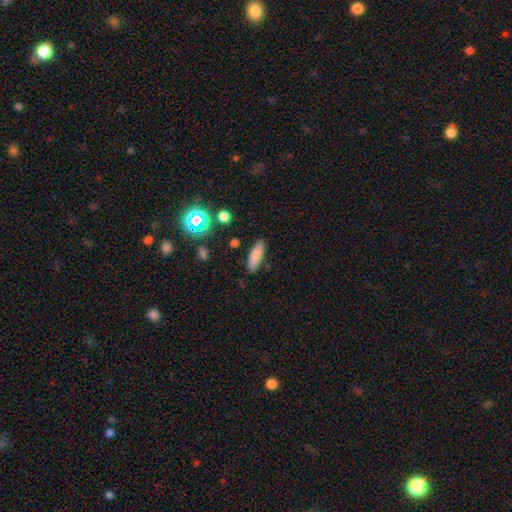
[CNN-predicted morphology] Smooth or featured?
  - smooth: 81% *
  - star or artifact: 10%
  - featured or disk: 9%
How rounded?
  - cigar-shaped: 51% *
  - in between: 46%
  - round: 2%
Merging?
  - none: 85% *
  - minor disturbance: 10%
  - major disturbance: 3%
  - merger: 2%